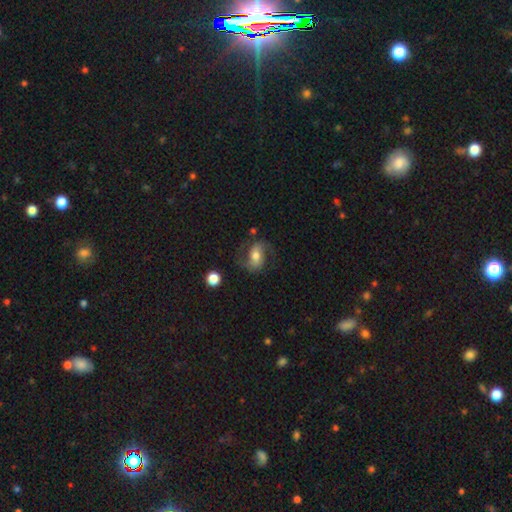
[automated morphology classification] featured or disk 63%, smooth 29%, star or artifact 8%. Down the decision tree: edge-on disk — no (96%); bar — weak (39%); spiral arms — yes (89%); spiral arm count — 2 (89%); spiral winding — medium (44%); bulge size — moderate (61%); merging — none (66%).